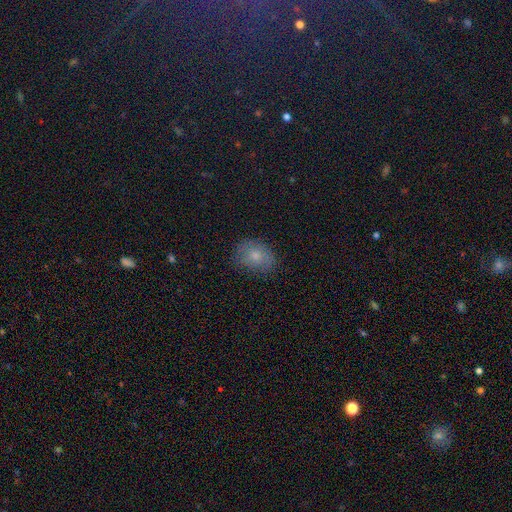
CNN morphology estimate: smooth 73%, featured or disk 17%, star or artifact 10%. Down the decision tree: how rounded — in between (57%); merging — none (76%).